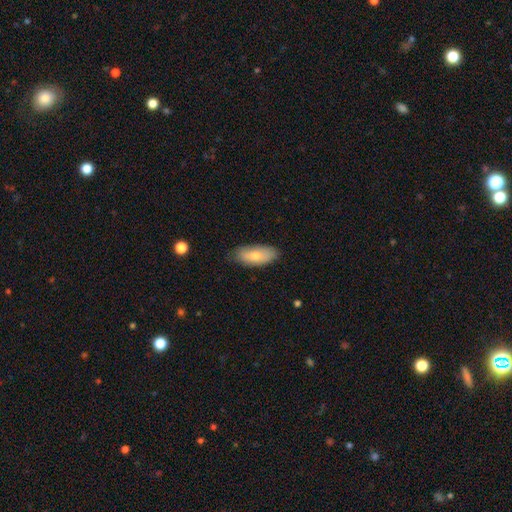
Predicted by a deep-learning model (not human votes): Smooth or featured? smooth (76%)
How rounded? in between (85%)
Merging? none (77%)